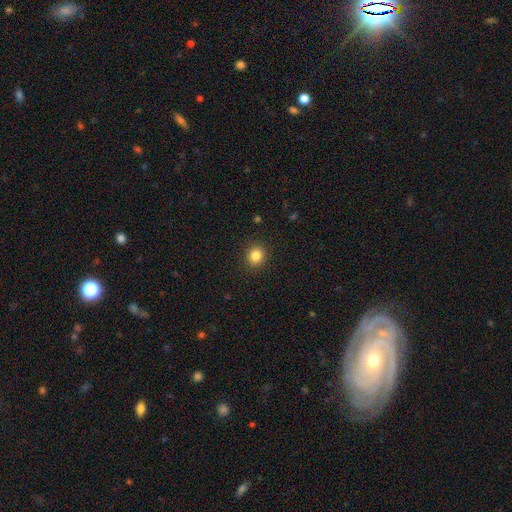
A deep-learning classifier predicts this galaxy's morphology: The model was most divided on "how rounded": round: 79%, in between: 20%, cigar-shaped: 1%. More confident: merging — none (91%); smooth or featured — smooth (83%).